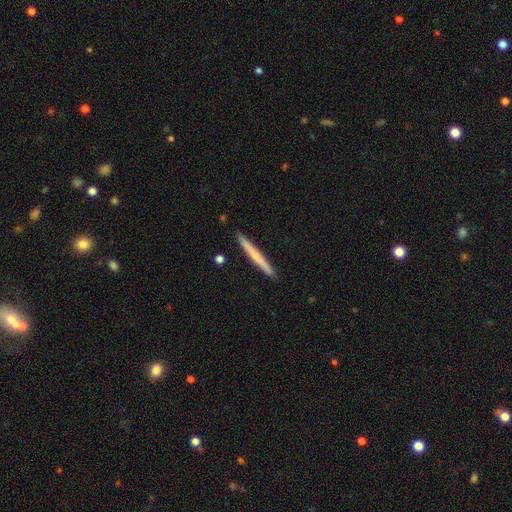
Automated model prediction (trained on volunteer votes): smooth_or_featured: smooth (p=0.56) [alt: featured or disk p=0.38]
how_rounded: cigar-shaped (p=0.97) [alt: in between p=0.02]
merging: none (p=0.92) [alt: minor disturbance p=0.06]